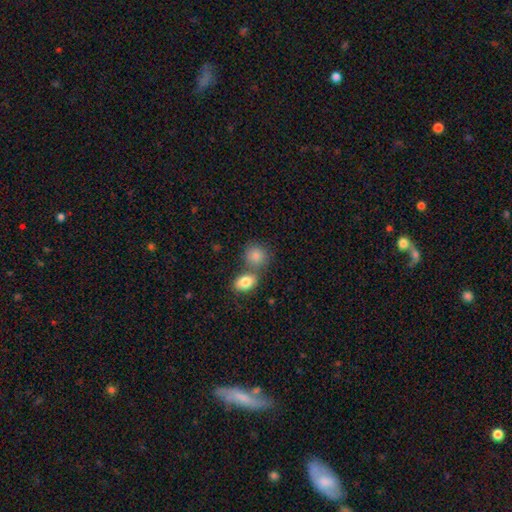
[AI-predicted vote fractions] Morphology: type=smooth (84%); roundness=round (67%); merging=none (48%).